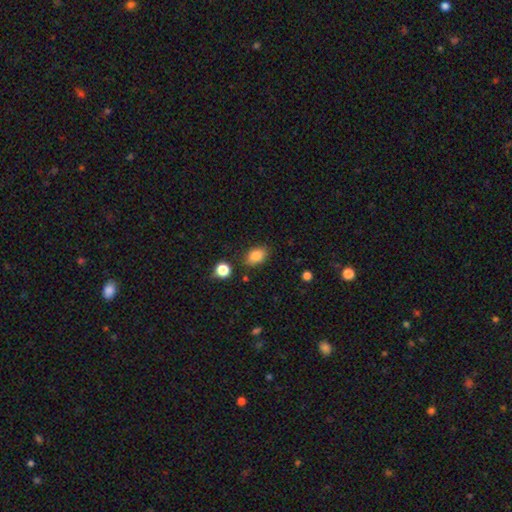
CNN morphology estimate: Overall: smooth (84%). How rounded: in between (79%). Merging: none (79%).